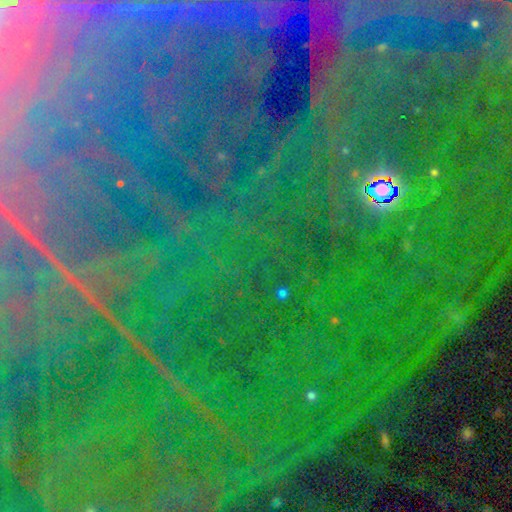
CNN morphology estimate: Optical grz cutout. It shows a star or artifact, not a galaxy (84%).